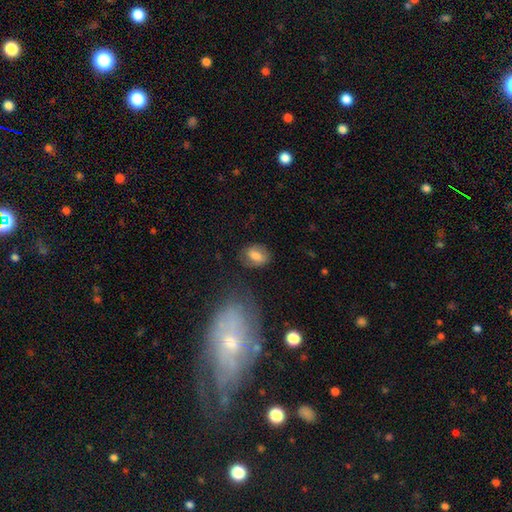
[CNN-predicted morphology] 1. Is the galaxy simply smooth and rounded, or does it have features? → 75% smooth, 17% featured or disk, 8% star or artifact.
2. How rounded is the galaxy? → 70% in between, 28% round, 2% cigar-shaped.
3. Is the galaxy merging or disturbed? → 75% none, 16% minor disturbance, 6% major disturbance, 3% merger.